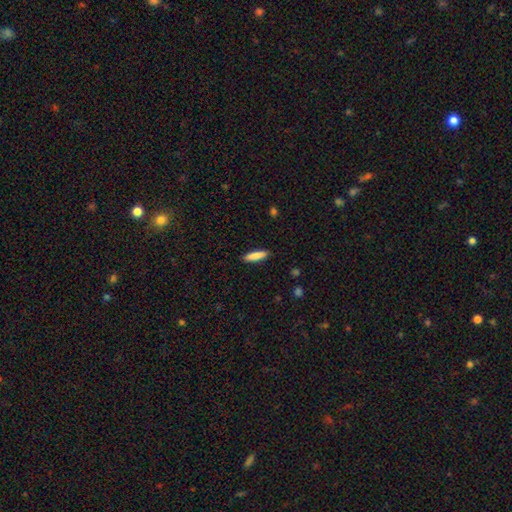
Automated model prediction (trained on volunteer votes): A smooth galaxy with no disk features (86%) that is cigar-shaped (76%).

Vote fractions:
- Smooth or featured? smooth: 86% / featured or disk: 8% / star or artifact: 6%
- How rounded? cigar-shaped: 76% / in between: 23% / round: 1%
- Merging? none: 90% / minor disturbance: 7% / major disturbance: 2% / merger: 1%